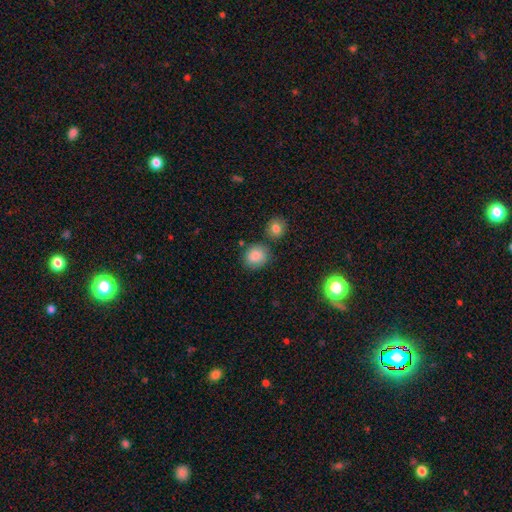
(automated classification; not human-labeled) This is clearly a smooth galaxy (83%). How rounded: likely round (76%). Merging: likely none (74%).